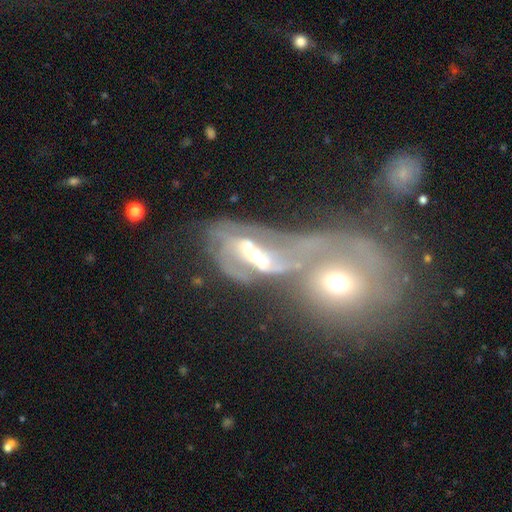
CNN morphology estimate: A featured or disk galaxy (74%) with a strong bar (43%), spiral arms (70%) and a moderate central bulge (49%). Merging: merger (64%).